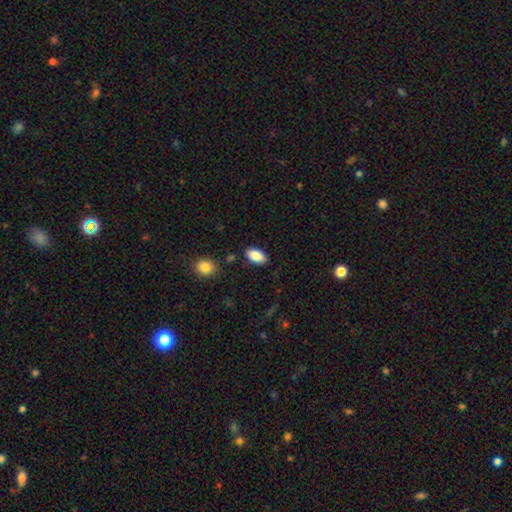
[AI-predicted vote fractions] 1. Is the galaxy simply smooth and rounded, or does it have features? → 87% smooth, 7% star or artifact, 6% featured or disk.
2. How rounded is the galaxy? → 93% in between, 4% round, 3% cigar-shaped.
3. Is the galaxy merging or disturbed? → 85% none, 10% minor disturbance, 2% major disturbance, 2% merger.